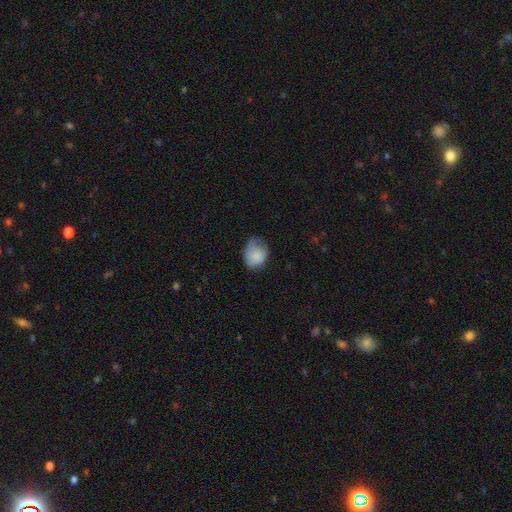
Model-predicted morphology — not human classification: smooth-or-featured: smooth: 79% | featured or disk: 14% | star or artifact: 7%
  how-rounded: in between: 53% | round: 47% | cigar-shaped: 1%
  merging: none: 40% | minor disturbance: 38% | major disturbance: 20% | merger: 2%